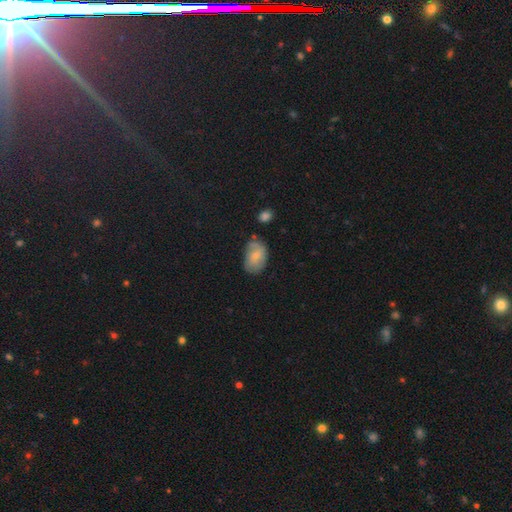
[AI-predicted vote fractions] The model was most divided on "merging": none: 59%, minor disturbance: 29%, major disturbance: 7%, merger: 4%. More confident: how rounded — in between (87%); smooth or featured — smooth (66%).